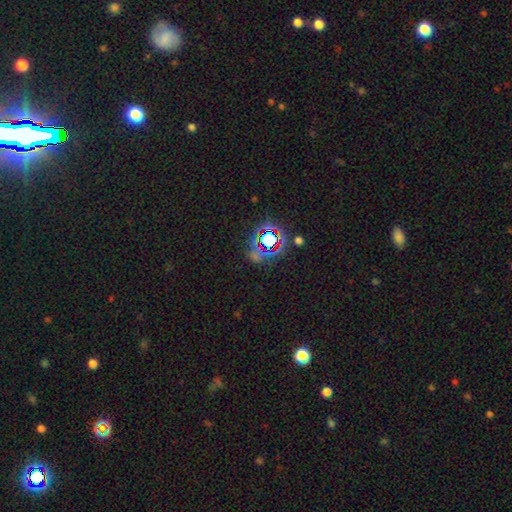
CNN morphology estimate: A star or artifact, not a galaxy (74%).

Vote fractions:
- Smooth or featured? star or artifact: 74% / smooth: 16% / featured or disk: 10%